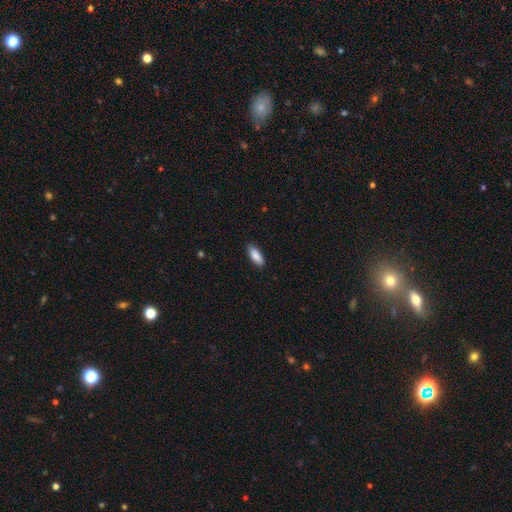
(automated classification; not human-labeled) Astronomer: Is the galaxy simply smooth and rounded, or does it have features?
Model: smooth — 88%.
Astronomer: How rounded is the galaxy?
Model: in between — 73%.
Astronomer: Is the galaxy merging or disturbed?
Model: none — 87%.